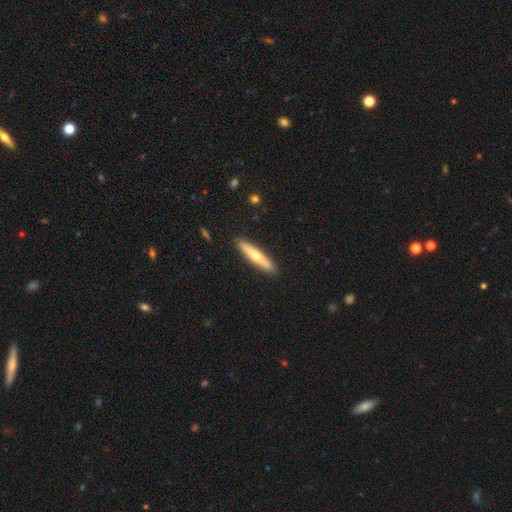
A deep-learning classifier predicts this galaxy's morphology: This appears to be a smooth galaxy with no disk features (54%) that is cigar-shaped (87%). Merging: none (90%).